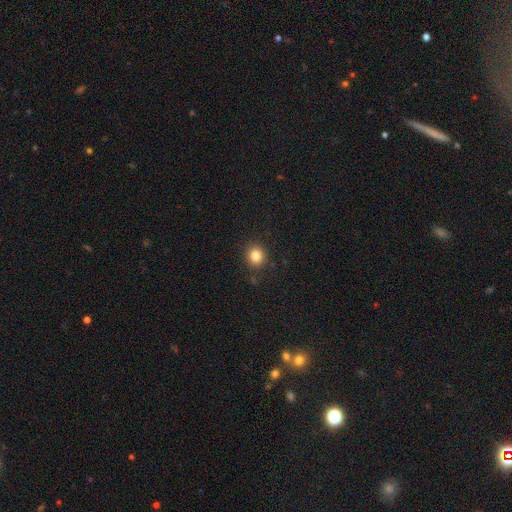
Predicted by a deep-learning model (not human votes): A smooth galaxy with no disk features (83%) that is round (85%). Merging: none (89%).